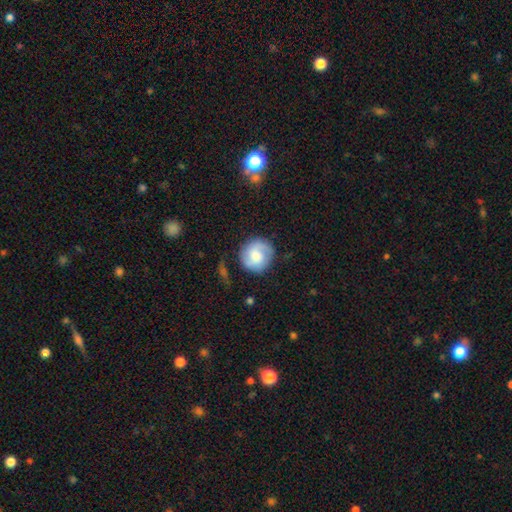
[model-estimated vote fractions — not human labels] Q: Smooth or featured?
A: featured or disk (50%); runner-up: smooth (42%)
Q: Edge-on disk?
A: no (98%); runner-up: yes (2%)
Q: Merging?
A: none (76%); runner-up: minor disturbance (15%)